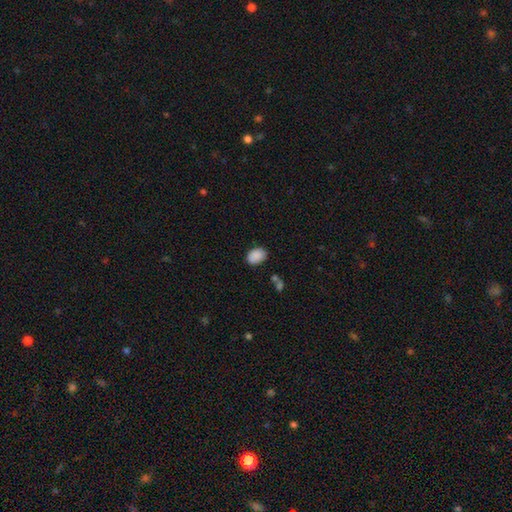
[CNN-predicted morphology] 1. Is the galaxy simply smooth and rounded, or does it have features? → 89% smooth, 8% star or artifact, 4% featured or disk.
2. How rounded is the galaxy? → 78% in between, 21% round, 1% cigar-shaped.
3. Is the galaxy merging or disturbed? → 83% none, 12% minor disturbance, 3% major disturbance, 2% merger.